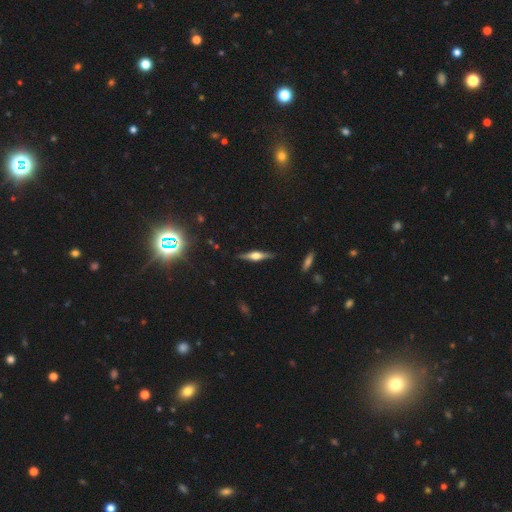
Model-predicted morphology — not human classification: Overall: featured or disk (71%). Edge-on disk: yes (97%). Edge-on bulge: rounded (88%). Merging: none (87%).